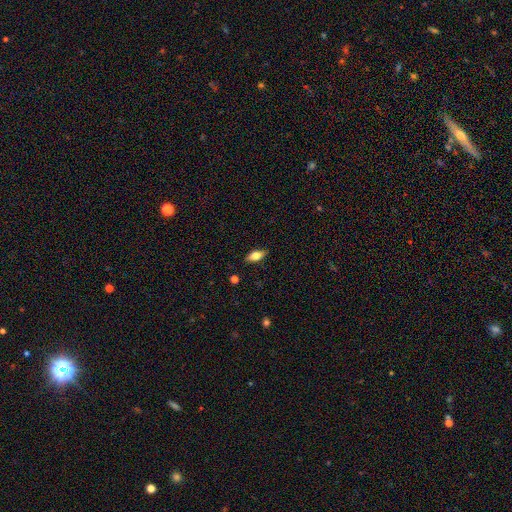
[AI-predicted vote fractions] This appears to be a smooth galaxy with no disk features (71%) that is in between round and cigar-shaped (84%). Merging: none (87%).